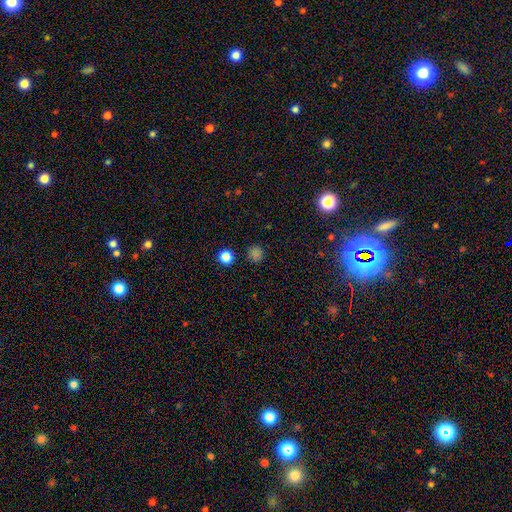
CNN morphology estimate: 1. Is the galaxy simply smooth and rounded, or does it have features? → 64% smooth, 31% star or artifact, 5% featured or disk.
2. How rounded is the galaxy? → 87% round, 12% in between, 1% cigar-shaped.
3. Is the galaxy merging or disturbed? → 86% none, 9% minor disturbance, 3% major disturbance, 2% merger.